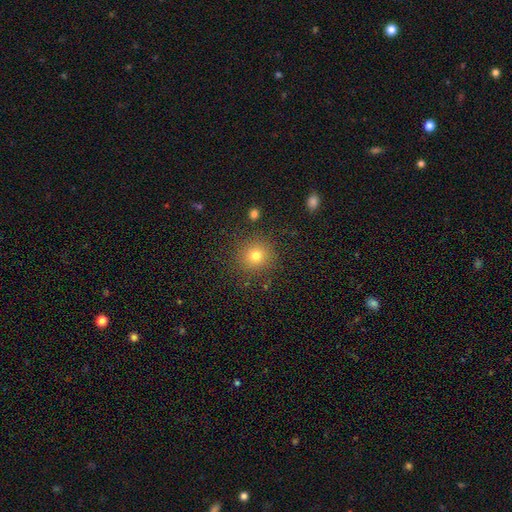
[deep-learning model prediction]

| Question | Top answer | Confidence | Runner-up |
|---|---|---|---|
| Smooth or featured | smooth | 77% | star or artifact (15%) |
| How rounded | round | 93% | in between (6%) |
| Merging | none | 88% | minor disturbance (7%) |